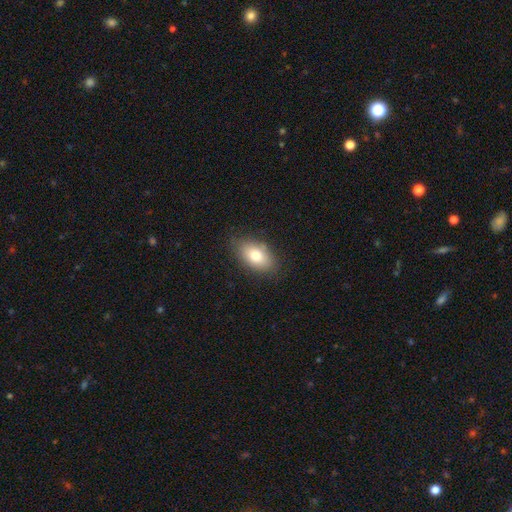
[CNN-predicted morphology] The model was most divided on "smooth or featured": smooth: 77%, featured or disk: 15%, star or artifact: 8%. More confident: how rounded — in between (90%); merging — none (81%).